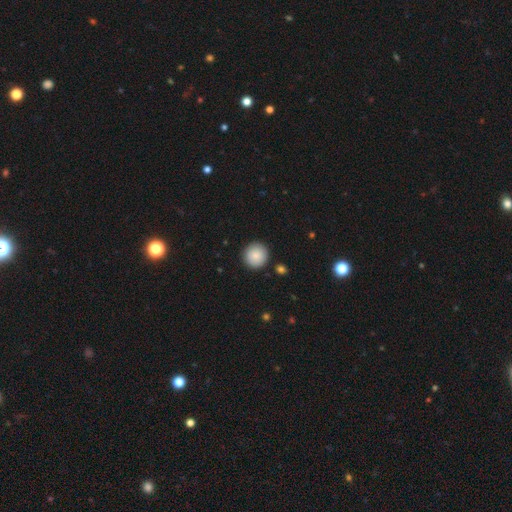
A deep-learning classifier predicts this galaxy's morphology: A smooth galaxy with no disk features (87%) that is round (95%).

Vote fractions:
- Smooth or featured? smooth: 87% / star or artifact: 8% / featured or disk: 5%
- How rounded? round: 95% / in between: 4% / cigar-shaped: 1%
- Merging? none: 92% / minor disturbance: 5% / major disturbance: 2% / merger: 1%